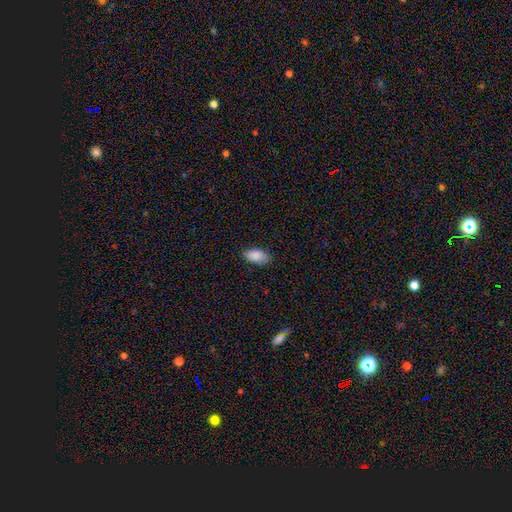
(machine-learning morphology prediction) type=smooth (89%); roundness=in between (94%); merging=none (83%).